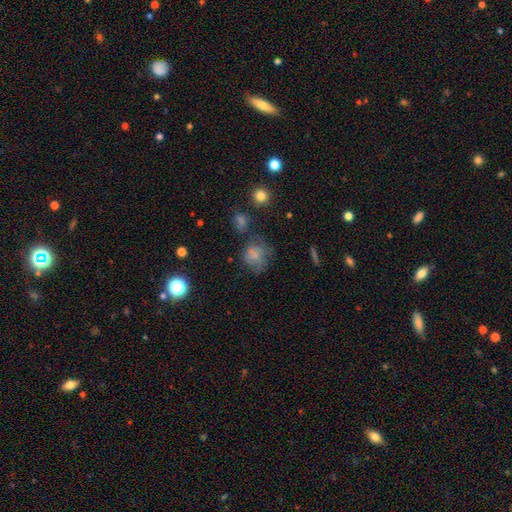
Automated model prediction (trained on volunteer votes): A smooth galaxy with no disk features (59%) that is round (69%). Merging: none (48%).